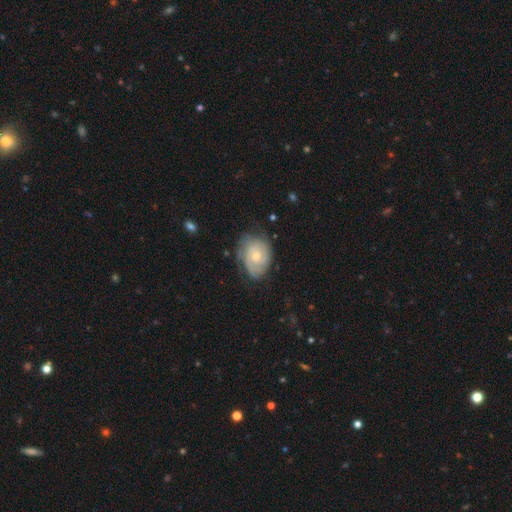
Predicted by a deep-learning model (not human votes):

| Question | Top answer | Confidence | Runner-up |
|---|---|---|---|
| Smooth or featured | featured or disk | 62% | smooth (31%) |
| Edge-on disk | no | 97% | yes (3%) |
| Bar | no | 77% | weak (20%) |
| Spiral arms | yes | 85% | no (15%) |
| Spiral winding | tight | 62% | medium (28%) |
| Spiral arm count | can't tell | 46% | 2 (24%) |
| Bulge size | small | 52% | moderate (43%) |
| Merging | none | 64% | minor disturbance (25%) |